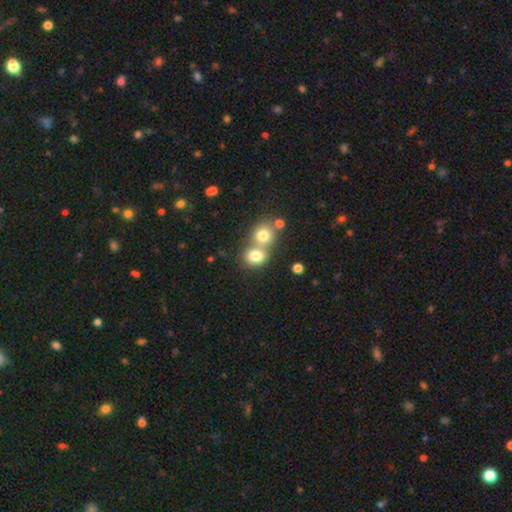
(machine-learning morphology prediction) This is likely a smooth galaxy (78%). How rounded: likely round (69%). Merging: possibly merger (52%).